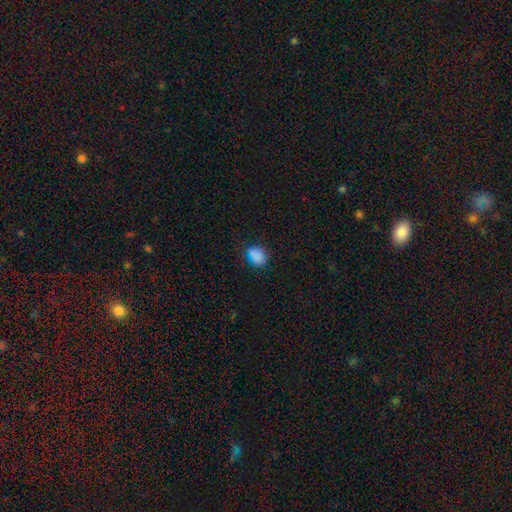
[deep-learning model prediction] Q: Smooth or featured?
A: smooth (78%); runner-up: star or artifact (16%)
Q: How rounded?
A: in between (52%); runner-up: round (46%)
Q: Merging?
A: none (65%); runner-up: minor disturbance (24%)